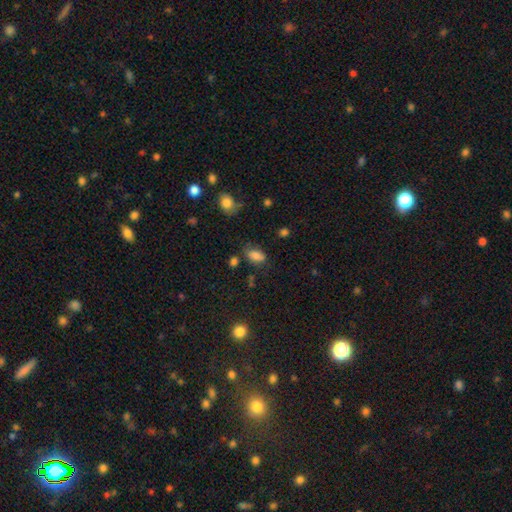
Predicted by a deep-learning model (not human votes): Smooth or featured? smooth (82%)
How rounded? in between (89%)
Merging? none (64%)